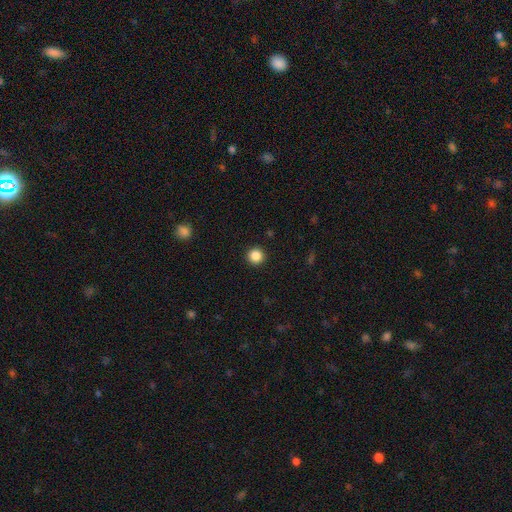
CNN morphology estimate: type=smooth (87%); roundness=round (96%); merging=none (93%).